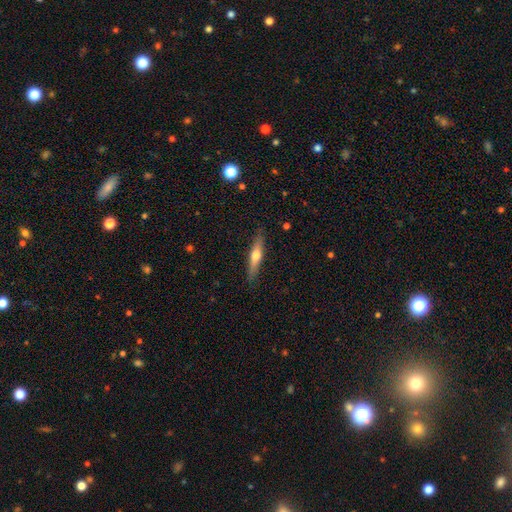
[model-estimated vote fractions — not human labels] smooth_or_featured: featured or disk (p=0.49) [alt: smooth p=0.45]
merging: none (p=0.87) [alt: minor disturbance p=0.10]